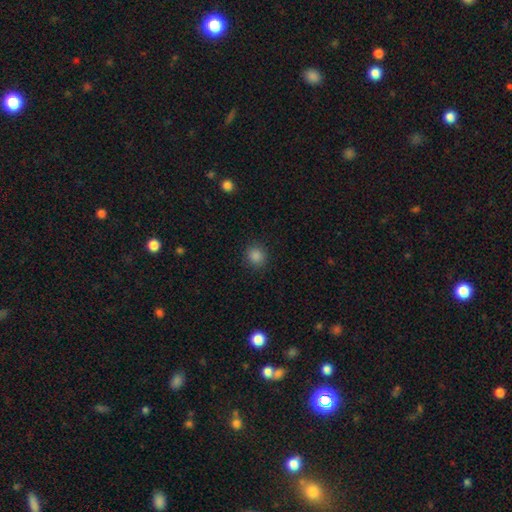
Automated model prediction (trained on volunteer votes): smooth-or-featured: smooth: 86% | star or artifact: 11% | featured or disk: 3%
  how-rounded: round: 87% | in between: 13% | cigar-shaped: 1%
  merging: none: 89% | minor disturbance: 7% | major disturbance: 2% | merger: 1%